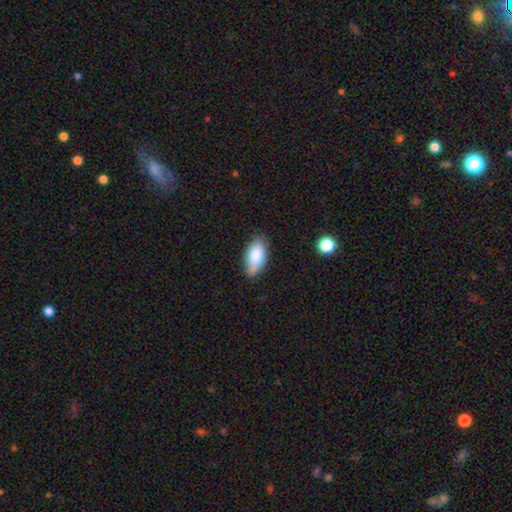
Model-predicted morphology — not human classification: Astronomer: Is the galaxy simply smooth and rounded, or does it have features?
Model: smooth — 81%.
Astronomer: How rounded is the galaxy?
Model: in between — 92%.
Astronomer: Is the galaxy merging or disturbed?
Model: none — 76%.